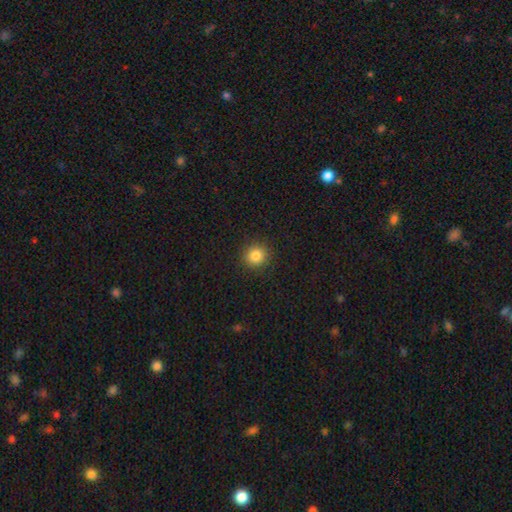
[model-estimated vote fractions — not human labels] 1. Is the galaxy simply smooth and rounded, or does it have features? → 84% smooth, 12% star or artifact, 5% featured or disk.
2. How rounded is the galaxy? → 92% round, 7% in between, 1% cigar-shaped.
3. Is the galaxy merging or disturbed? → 91% none, 6% minor disturbance, 2% major disturbance, 1% merger.